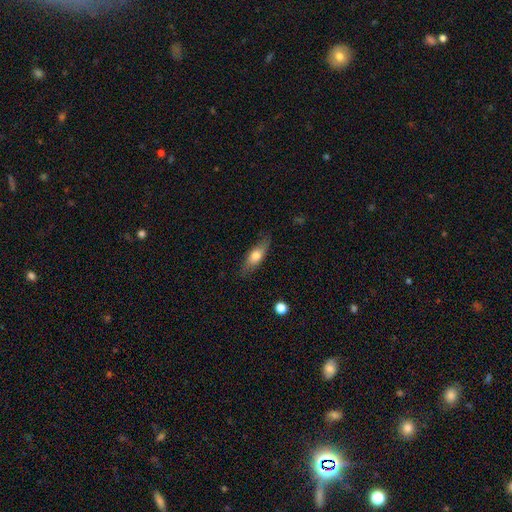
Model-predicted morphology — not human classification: Q: Smooth or featured?
A: smooth (66%); runner-up: featured or disk (27%)
Q: How rounded?
A: in between (63%); runner-up: cigar-shaped (34%)
Q: Merging?
A: none (78%); runner-up: minor disturbance (17%)